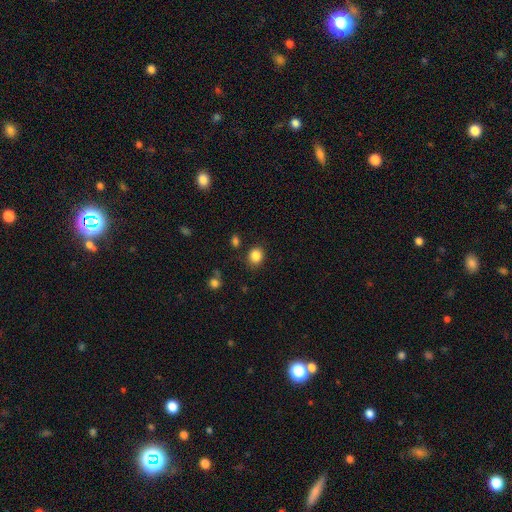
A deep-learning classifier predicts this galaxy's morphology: This is clearly a smooth galaxy (85%). How rounded: likely round (75%). Merging: clearly none (85%).